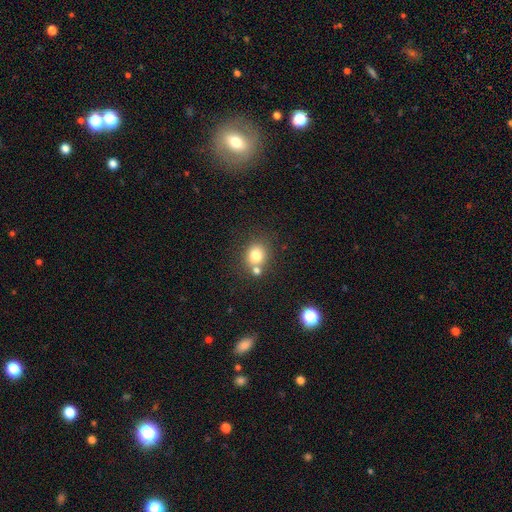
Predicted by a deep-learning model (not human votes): Q: Smooth or featured?
A: smooth (78%); runner-up: star or artifact (13%)
Q: How rounded?
A: round (75%); runner-up: in between (24%)
Q: Merging?
A: none (62%); runner-up: merger (24%)